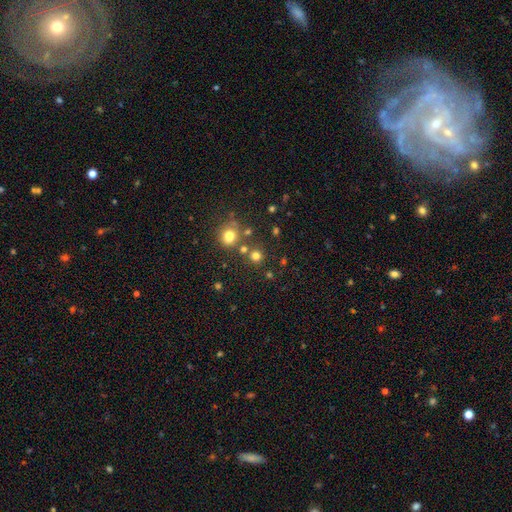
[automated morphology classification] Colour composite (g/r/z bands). It shows a smooth galaxy with no disk features (74%) that is round (90%). Merging: none (74%).